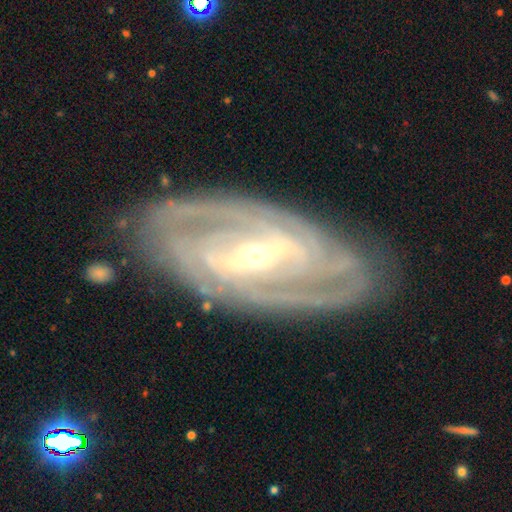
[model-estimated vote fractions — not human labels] This appears to be a featured or disk galaxy (90%) with a strong bar (63%), 2 (34%) tight (69%) spiral arms (97%) and a small central bulge (62%). Merging: none (82%).